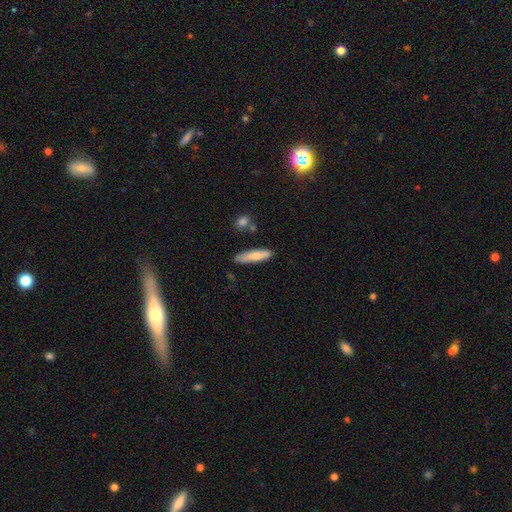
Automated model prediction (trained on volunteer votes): Smooth or featured?
  - smooth: 77% *
  - featured or disk: 17%
  - star or artifact: 6%
How rounded?
  - cigar-shaped: 77% *
  - in between: 22%
  - round: 2%
Merging?
  - none: 80% *
  - minor disturbance: 14%
  - merger: 4%
  - major disturbance: 3%